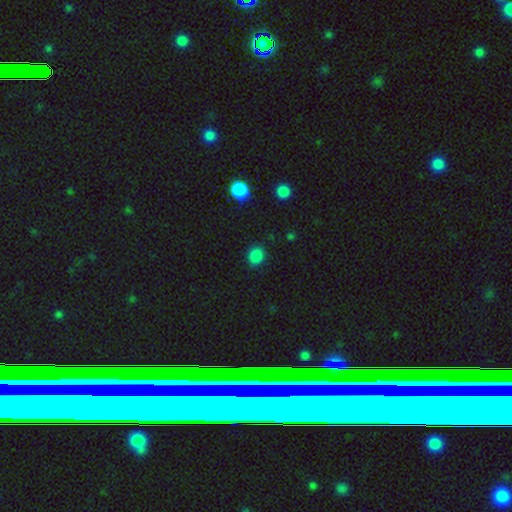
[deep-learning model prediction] A smooth galaxy with no disk features (85%) that is round (73%). Merging: none (88%).